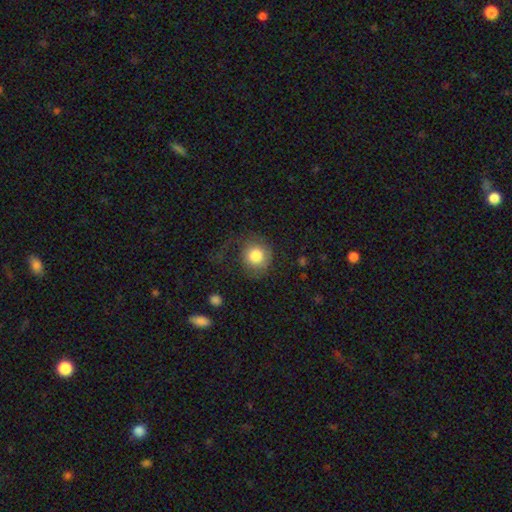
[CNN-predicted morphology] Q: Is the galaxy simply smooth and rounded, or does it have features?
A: smooth — 80%.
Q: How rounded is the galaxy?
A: round — 89%.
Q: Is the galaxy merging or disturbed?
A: none — 55%.